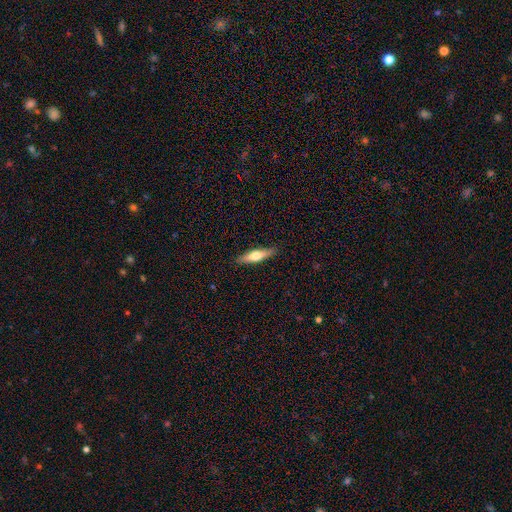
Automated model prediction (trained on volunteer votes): A smooth galaxy with no disk features (47%, tied with featured or disk). Merging: none (89%).